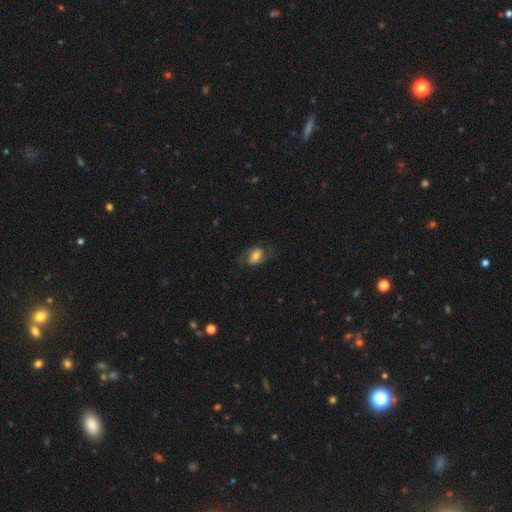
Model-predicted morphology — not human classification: Smooth or featured? smooth (61%)
How rounded? in between (84%)
Merging? none (60%)